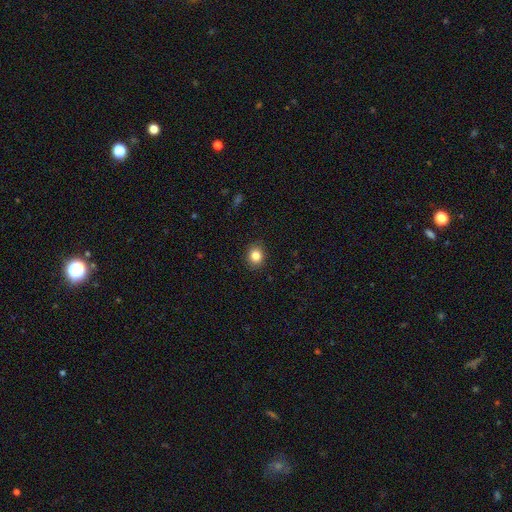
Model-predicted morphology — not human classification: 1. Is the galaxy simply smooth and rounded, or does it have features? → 84% smooth, 10% star or artifact, 6% featured or disk.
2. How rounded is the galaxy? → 71% round, 29% in between, 1% cigar-shaped.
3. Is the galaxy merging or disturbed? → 90% none, 7% minor disturbance, 2% major disturbance, 1% merger.